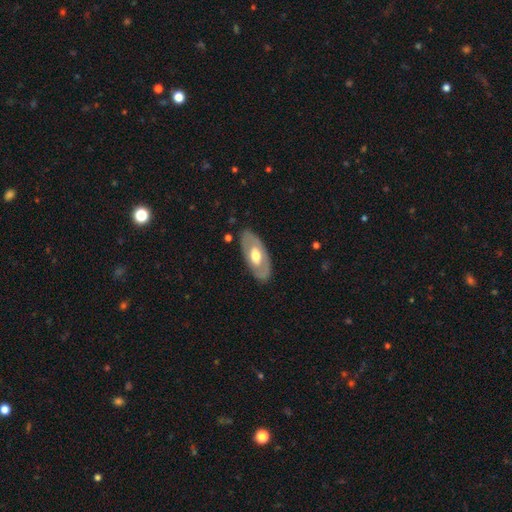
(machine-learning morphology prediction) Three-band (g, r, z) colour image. It shows a featured or disk galaxy (53%). Merging: none (82%).